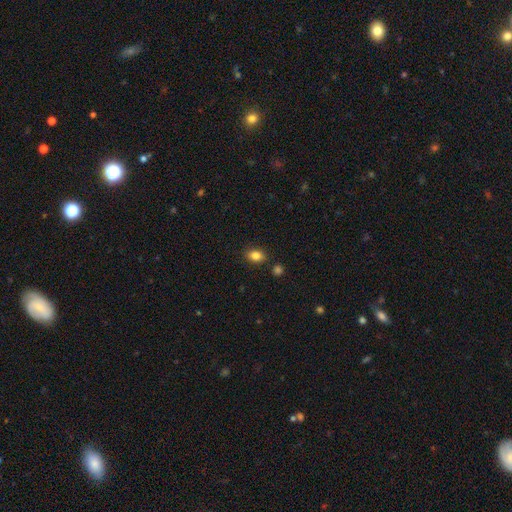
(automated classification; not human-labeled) The model was most divided on "how rounded": in between: 76%, round: 22%, cigar-shaped: 1%. More confident: merging — none (85%); smooth or featured — smooth (84%).